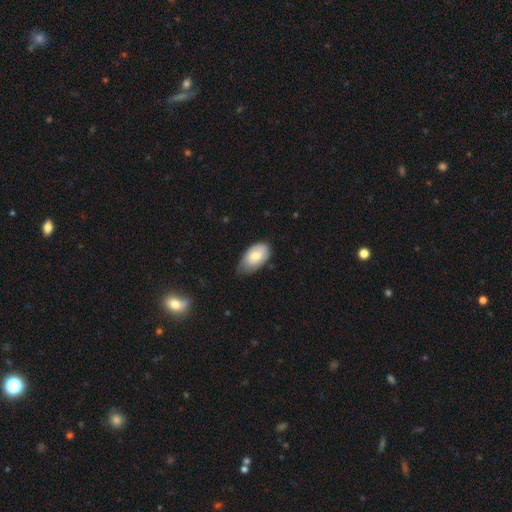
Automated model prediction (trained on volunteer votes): Smooth or featured?
  - smooth: 73% *
  - featured or disk: 21%
  - star or artifact: 6%
How rounded?
  - in between: 94% *
  - round: 5%
  - cigar-shaped: 1%
Merging?
  - none: 52% *
  - minor disturbance: 40%
  - major disturbance: 7%
  - merger: 1%